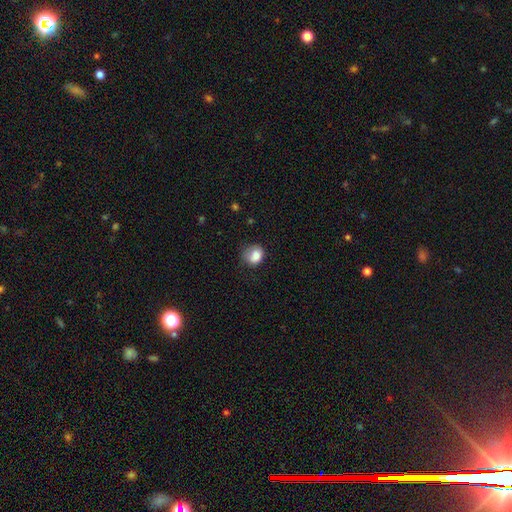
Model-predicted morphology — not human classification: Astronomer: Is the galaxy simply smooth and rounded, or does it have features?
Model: smooth — 83%.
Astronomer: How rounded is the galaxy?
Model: round — 59% (runner-up: in between, 40%).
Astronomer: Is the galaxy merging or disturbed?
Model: none — 55% (runner-up: minor disturbance, 30%).